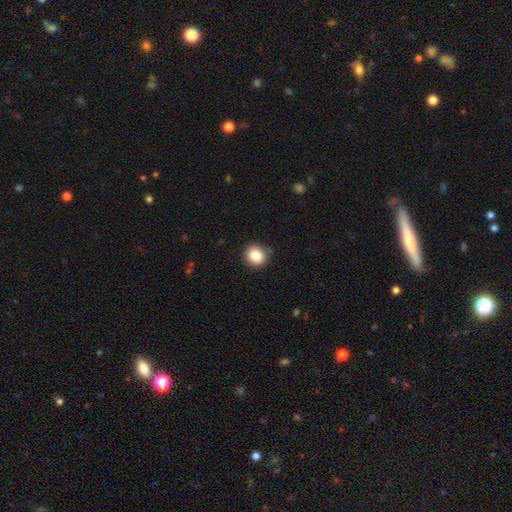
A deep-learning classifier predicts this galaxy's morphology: type=smooth (85%); roundness=round (89%); merging=none (84%).